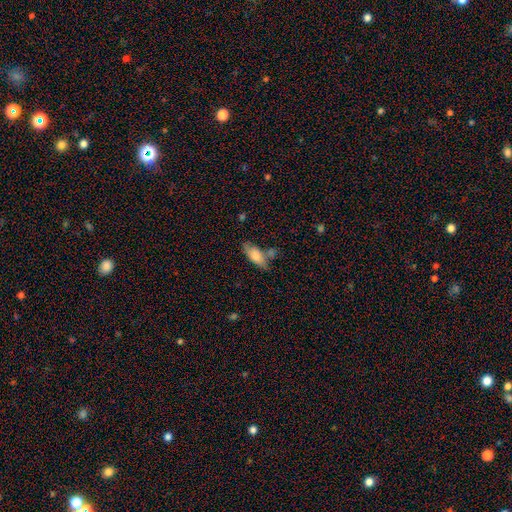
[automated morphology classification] This appears to be a smooth galaxy with no disk features (76%) that is in between round and cigar-shaped (74%). Merging: none (59%).